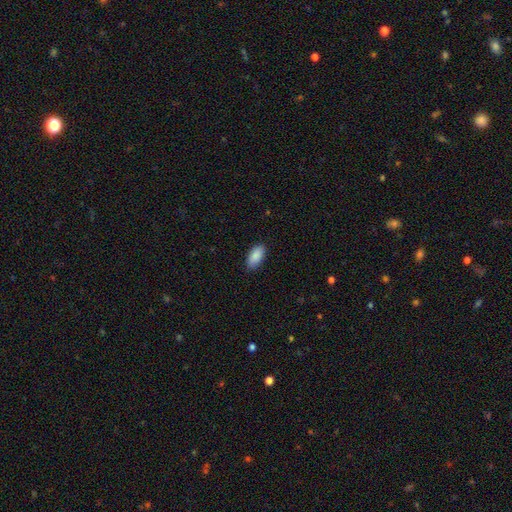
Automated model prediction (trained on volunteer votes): Q: Smooth or featured?
A: smooth (90%); runner-up: star or artifact (6%)
Q: How rounded?
A: in between (93%); runner-up: cigar-shaped (5%)
Q: Merging?
A: none (88%); runner-up: minor disturbance (9%)